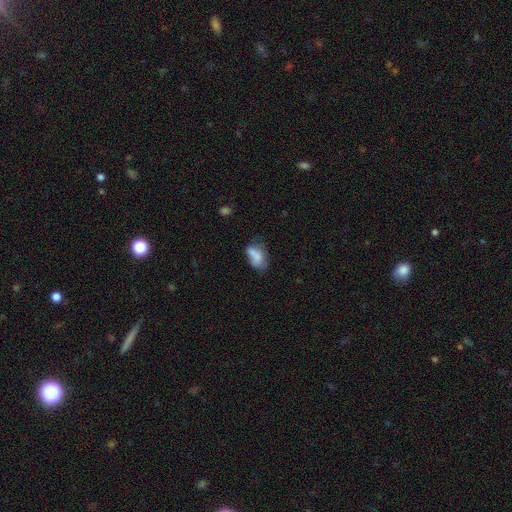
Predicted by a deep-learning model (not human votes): This is likely a smooth galaxy (71%). How rounded: clearly in between (86%). Merging: marginally none (35%).